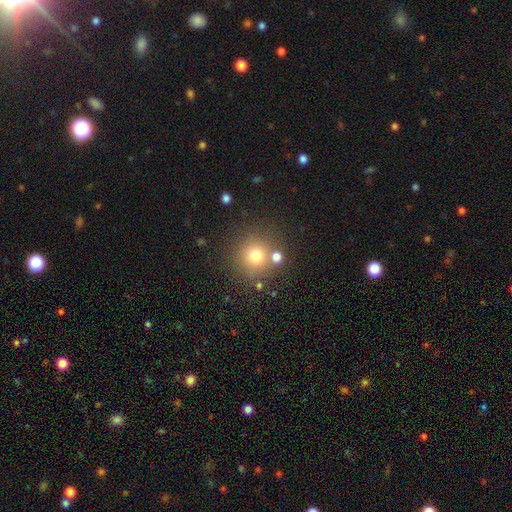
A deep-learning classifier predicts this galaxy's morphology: A smooth galaxy with no disk features (74%) that is round (93%). Merging: none (74%).